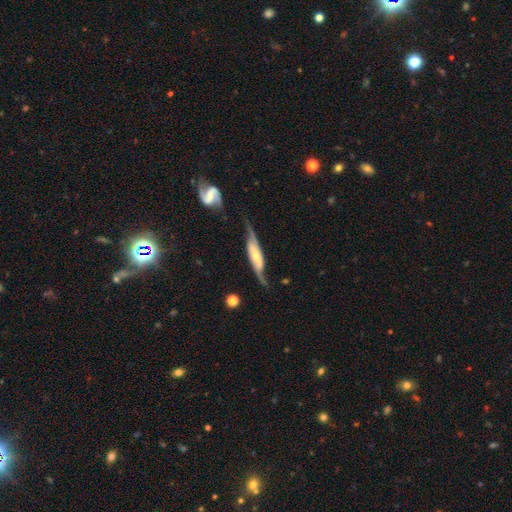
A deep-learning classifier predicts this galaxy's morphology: Overall: featured or disk (74%). Edge-on disk: no (65%; yes 35%). Merging: none (58%; minor disturbance 24%).